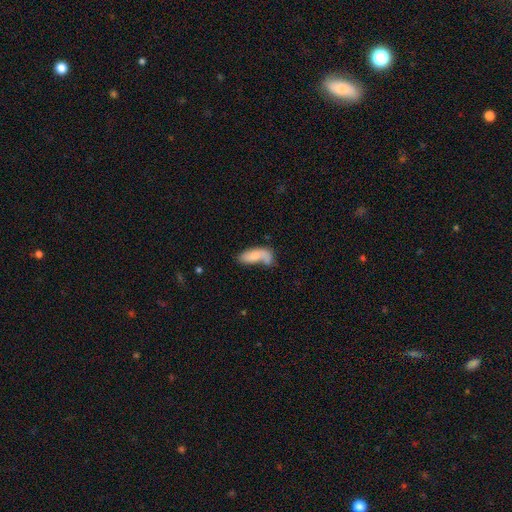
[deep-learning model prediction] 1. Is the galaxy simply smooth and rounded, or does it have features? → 69% smooth, 24% featured or disk, 7% star or artifact.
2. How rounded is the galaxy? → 77% in between, 20% cigar-shaped, 3% round.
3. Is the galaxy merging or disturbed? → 30% none, 27% merger, 22% minor disturbance, 21% major disturbance.